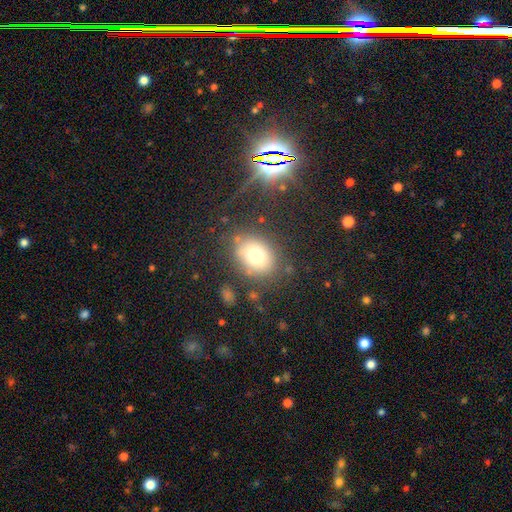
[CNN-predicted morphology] Smooth or featured? smooth (73%)
How rounded? in between (53%)
Merging? none (77%)